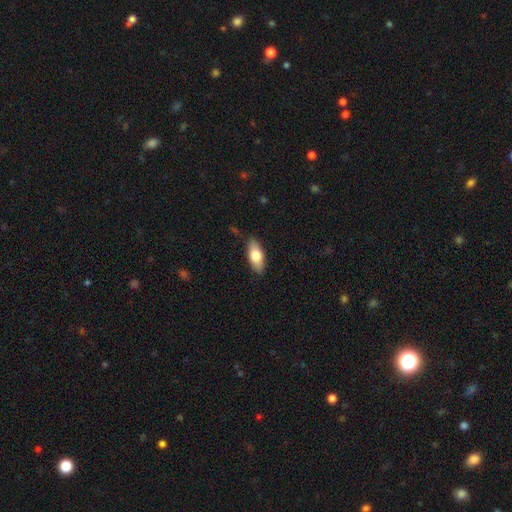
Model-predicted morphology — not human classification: Overall: smooth (72%). How rounded: in between (84%). Merging: none (86%).